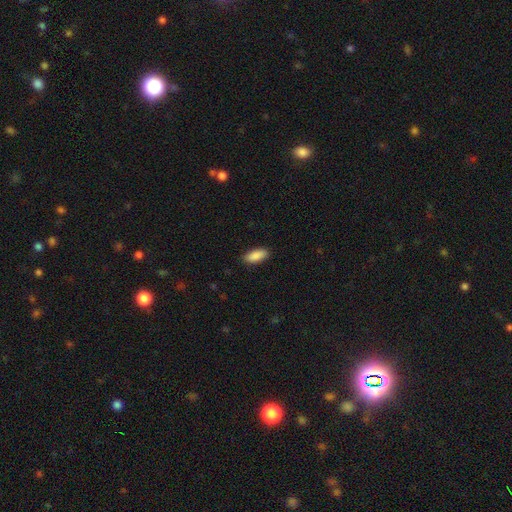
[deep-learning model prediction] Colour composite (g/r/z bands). It shows a smooth galaxy with no disk features (89%) that is in between round and cigar-shaped (81%). Merging: none (88%).